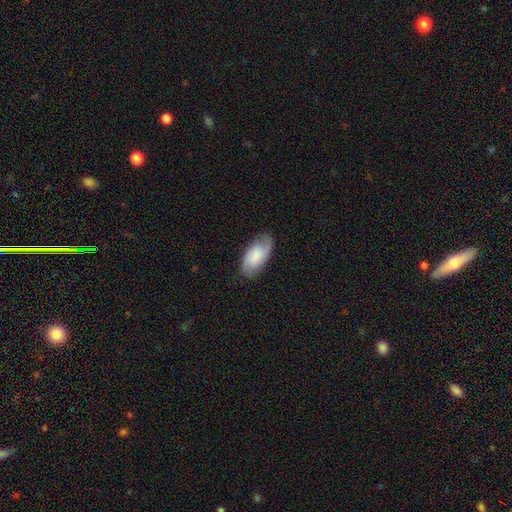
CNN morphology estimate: A smooth galaxy with no disk features (68%) that is in between round and cigar-shaped (94%). Merging: none (79%).